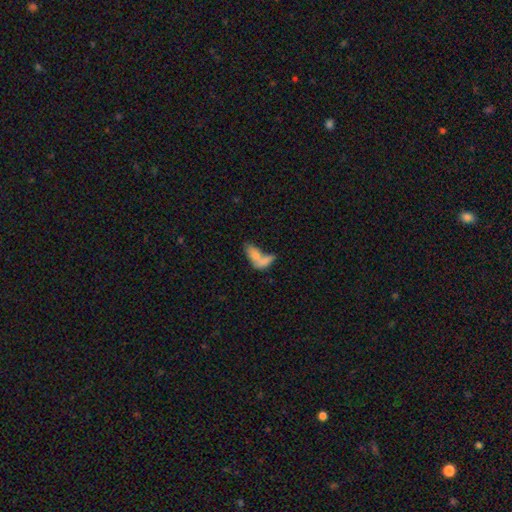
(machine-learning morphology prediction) Q: Smooth or featured?
A: smooth (71%); runner-up: featured or disk (19%)
Q: How rounded?
A: in between (79%); runner-up: cigar-shaped (16%)
Q: Merging?
A: merger (65%); runner-up: none (20%)